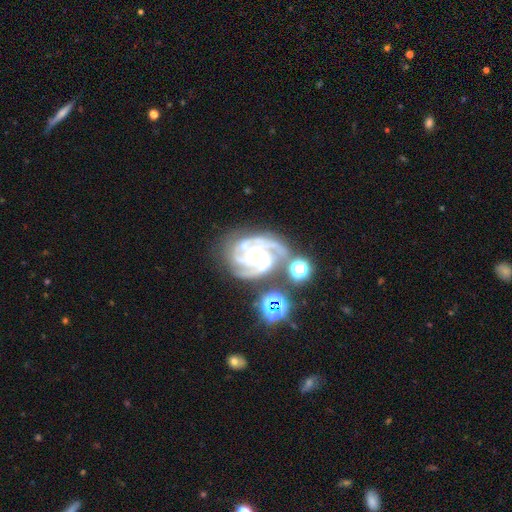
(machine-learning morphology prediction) The model was most divided on "spiral arm count": 3: 41%, 4: 34%, can't tell: 8%, 2: 7%, more than 4: 6%, 1: 4%. More confident: spiral arms — yes (98%); edge-on disk — no (98%); smooth or featured — featured or disk (89%); bar — no (72%); bulge size — small (69%); spiral winding — tight (64%); merging — none (63%).